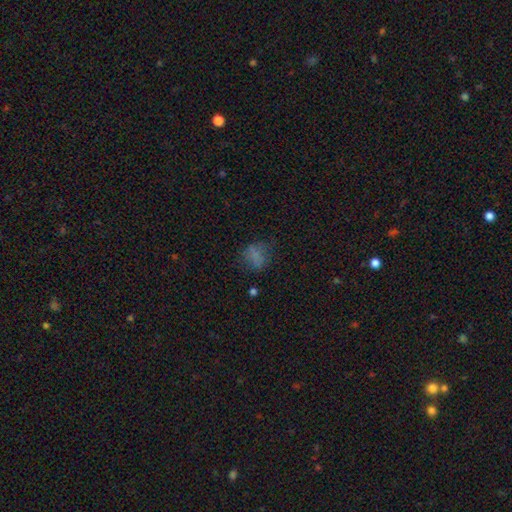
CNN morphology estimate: Smooth or featured? Predicted: smooth (p=0.67). How rounded? Predicted: round (p=0.56). Merging? Predicted: none (p=0.58).